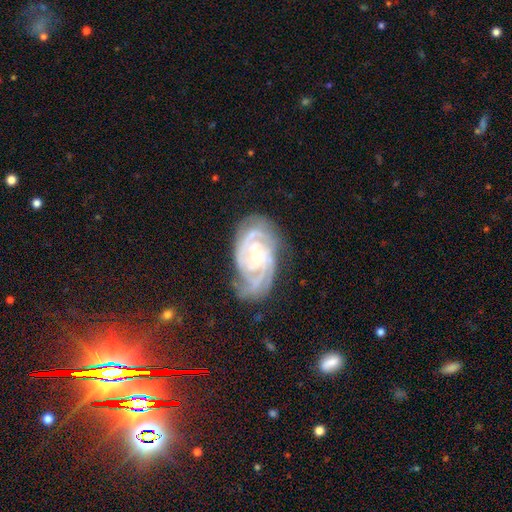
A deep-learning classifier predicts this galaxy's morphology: smooth-or-featured: featured or disk: 90% | star or artifact: 5% | smooth: 5%
  disk-edge-on: no: 97% | yes: 3%
    bar: no: 61% | weak: 29% | strong: 10%
    has-spiral-arms: yes: 98% | no: 2%
      spiral-winding: tight: 71% | medium: 26% | loose: 3%
      spiral-arm-count: 3: 35% | 2: 25% | 4: 15% | can't tell: 15% | more than 4: 5% | 1: 5%
    bulge-size: small: 70% | moderate: 26% | none: 2% | large: 1% | dominant: 1%
  merging: none: 69% | minor disturbance: 21% | major disturbance: 8% | merger: 2%